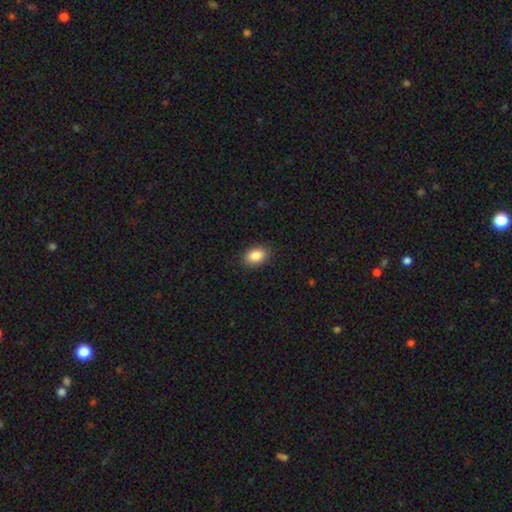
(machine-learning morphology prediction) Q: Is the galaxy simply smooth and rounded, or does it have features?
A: smooth — 87%.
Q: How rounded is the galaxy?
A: in between — 83%.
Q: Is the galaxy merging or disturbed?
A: none — 88%.